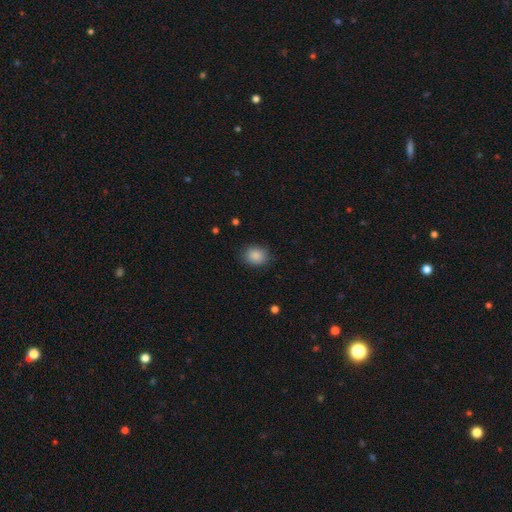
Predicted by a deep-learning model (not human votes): Smooth or featured: smooth — 88% (star or artifact — 9%)
How rounded: round — 55% (in between — 44%)
Merging: none — 85% (minor disturbance — 11%)